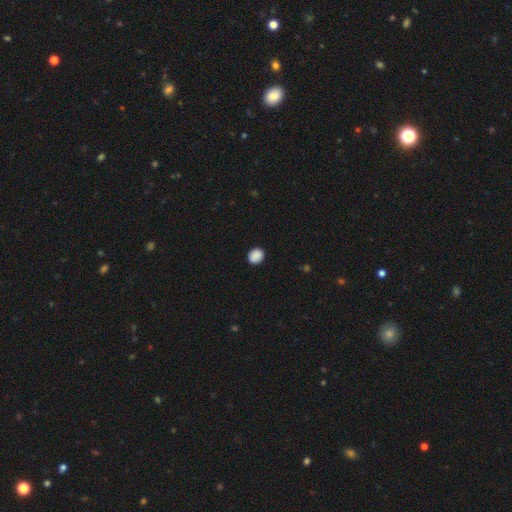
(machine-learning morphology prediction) This is clearly a smooth galaxy (89%). How rounded: likely round (65%). Merging: clearly none (90%).